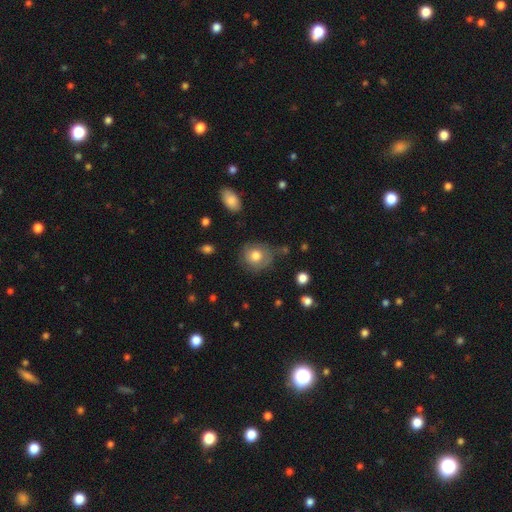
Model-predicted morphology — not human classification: A smooth galaxy with no disk features (68%) that is round (83%). Merging: none (66%).